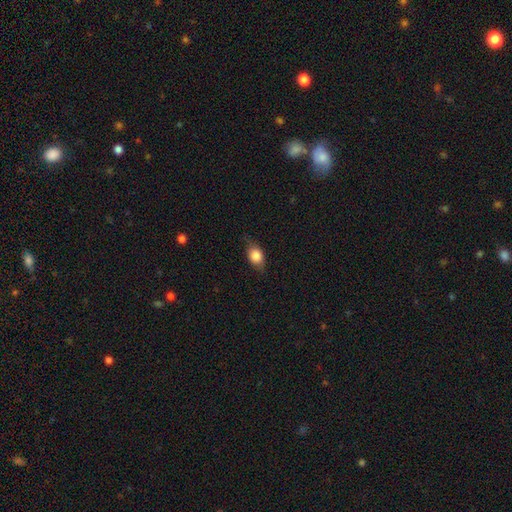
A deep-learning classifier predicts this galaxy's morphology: smooth 78%, featured or disk 14%, star or artifact 8%. Down the decision tree: how rounded — in between (64%); merging — none (70%).